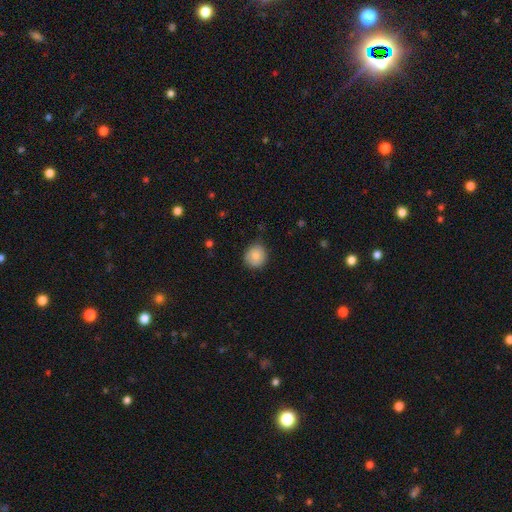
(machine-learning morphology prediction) smooth_or_featured: smooth (p=0.85) [alt: star or artifact p=0.08]
how_rounded: round (p=0.88) [alt: in between p=0.11]
merging: none (p=0.79) [alt: minor disturbance p=0.17]